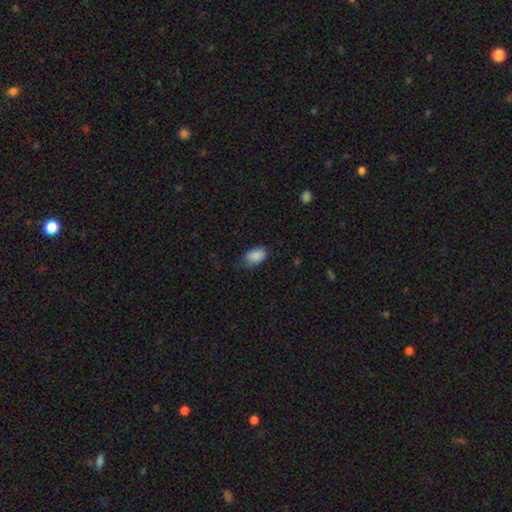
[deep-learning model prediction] This is clearly a smooth galaxy (87%). How rounded: clearly in between (92%). Merging: likely none (62%).